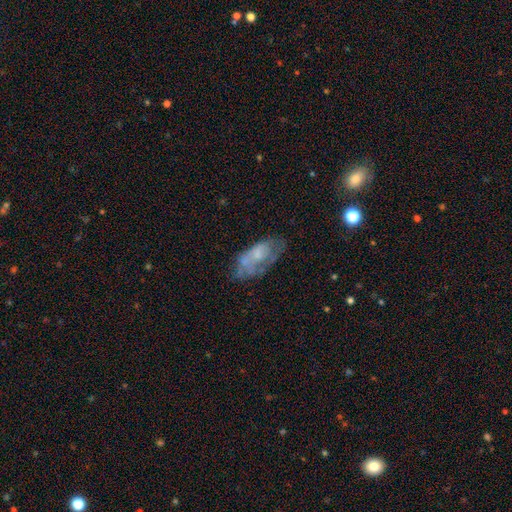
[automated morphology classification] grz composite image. It shows a featured or disk galaxy (50%). Merging: none (48%).